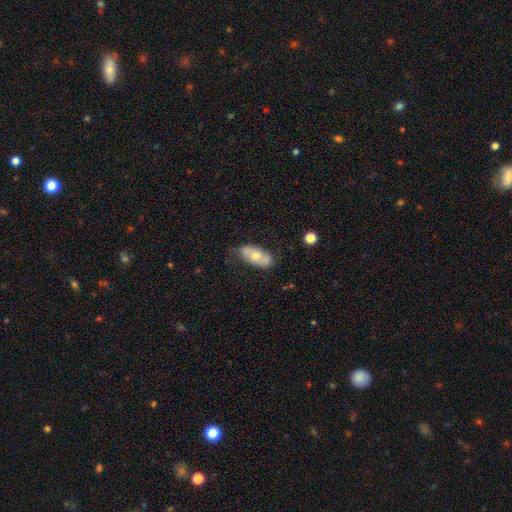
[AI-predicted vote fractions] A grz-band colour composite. It shows a smooth galaxy with no disk features (56%) that is in between round and cigar-shaped (90%). Merging: none (71%).